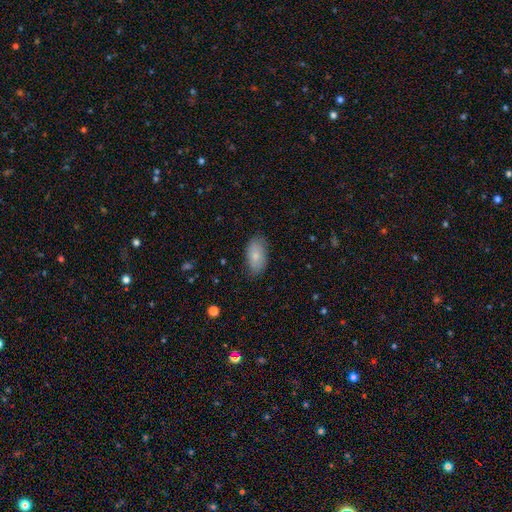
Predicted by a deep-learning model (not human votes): Smooth or featured?
  - smooth: 77% *
  - featured or disk: 16%
  - star or artifact: 7%
How rounded?
  - in between: 94% *
  - round: 4%
  - cigar-shaped: 2%
Merging?
  - none: 80% *
  - minor disturbance: 16%
  - major disturbance: 3%
  - merger: 1%